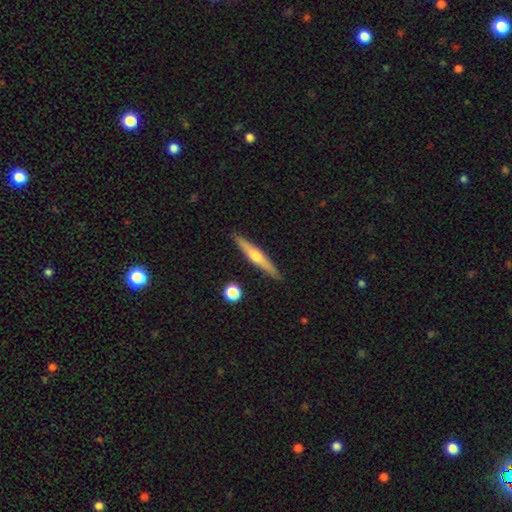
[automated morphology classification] type=featured or disk (59%); edge-on=yes (96%); edge-on bulge=rounded (89%); merging=none (90%).